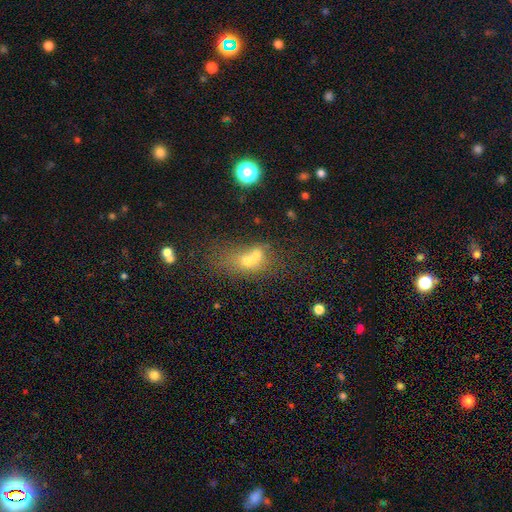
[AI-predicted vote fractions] smooth 57%, featured or disk 28%, star or artifact 15%. Down the decision tree: how rounded — in between (51%); merging — merger (72%).